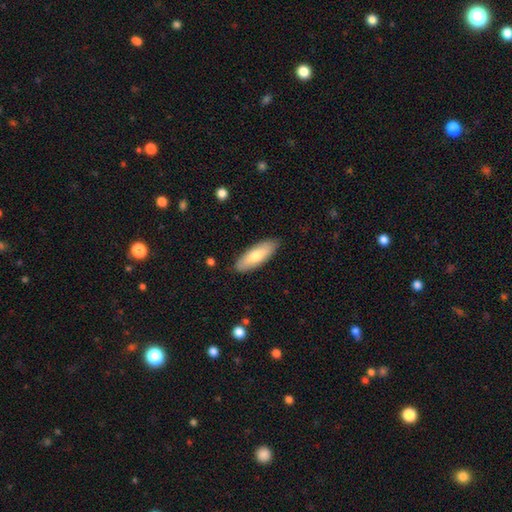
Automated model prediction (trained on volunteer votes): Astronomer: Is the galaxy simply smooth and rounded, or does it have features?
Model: smooth — 75%.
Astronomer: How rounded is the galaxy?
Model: in between — 59% (runner-up: cigar-shaped, 39%).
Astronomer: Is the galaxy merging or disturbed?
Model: none — 87%.